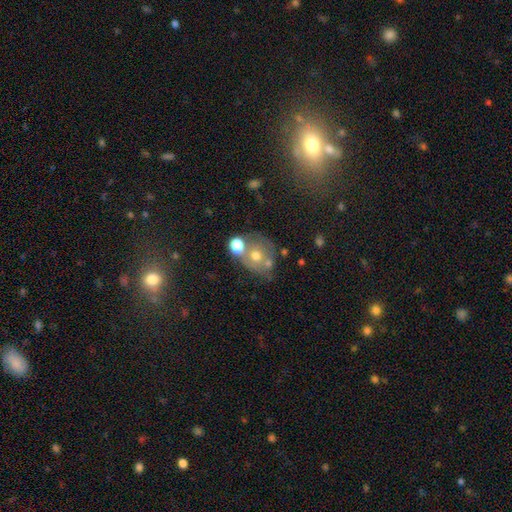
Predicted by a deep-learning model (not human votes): Smooth or featured: smooth — 52% (featured or disk — 33%)
How rounded: round — 71% (in between — 28%)
Merging: none — 46% (merger — 32%)